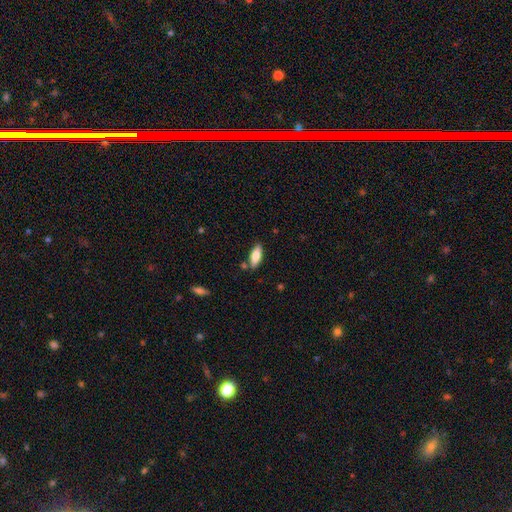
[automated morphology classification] Smooth or featured? smooth (75%)
How rounded? in between (68%)
Merging? none (80%)